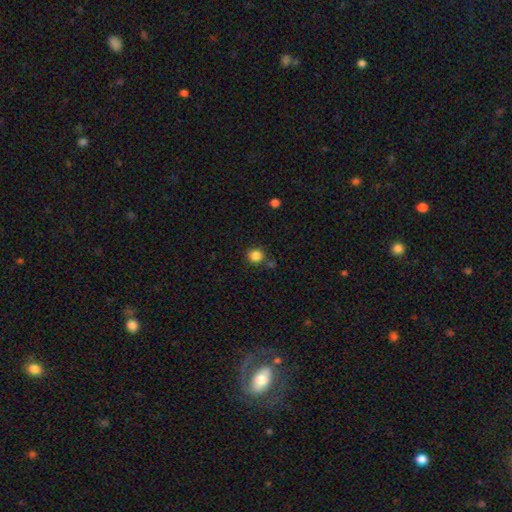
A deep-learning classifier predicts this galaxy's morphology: Overall: smooth (85%). How rounded: round (91%). Merging: none (82%).